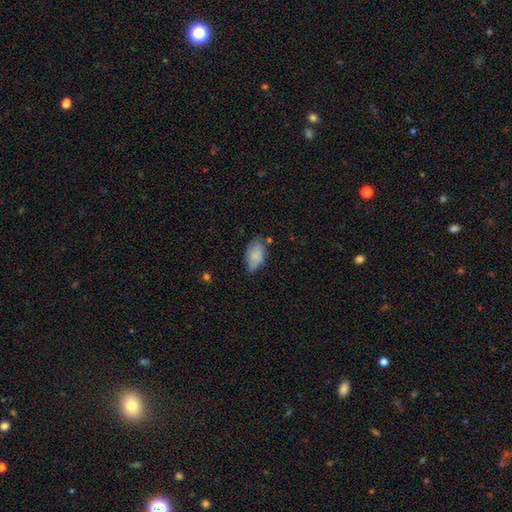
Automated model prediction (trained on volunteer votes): smooth 78%, featured or disk 15%, star or artifact 8%. Down the decision tree: how rounded — in between (92%); merging — none (56%).